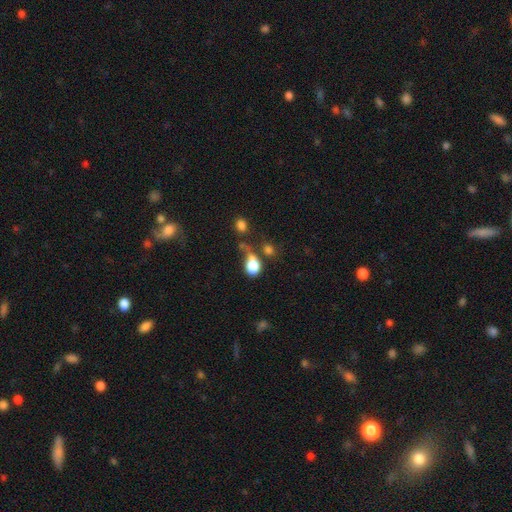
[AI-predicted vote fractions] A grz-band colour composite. It shows a smooth galaxy with no disk features (46%). Merging: none (55%).